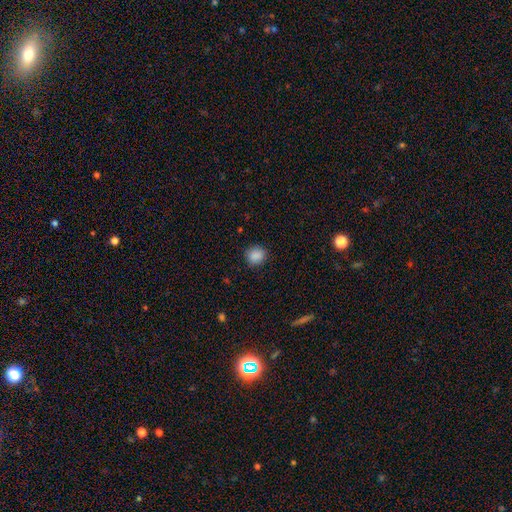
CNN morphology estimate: Overall: smooth (88%). How rounded: round (74%). Merging: none (87%).